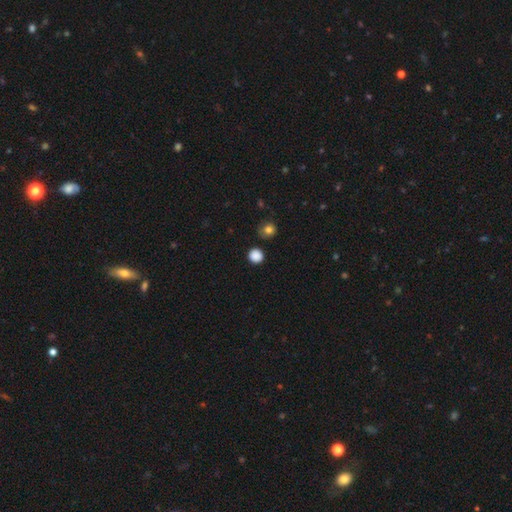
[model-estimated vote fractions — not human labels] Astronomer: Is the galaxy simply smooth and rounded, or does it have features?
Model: smooth — 86%.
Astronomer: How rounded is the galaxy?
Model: round — 91%.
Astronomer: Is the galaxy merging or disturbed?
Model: none — 88%.